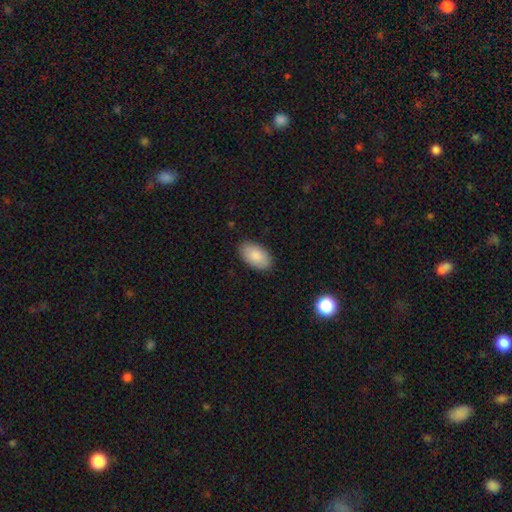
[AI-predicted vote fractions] A smooth galaxy with no disk features (87%) that is in between round and cigar-shaped (95%).

Vote fractions:
- Smooth or featured? smooth: 87% / featured or disk: 7% / star or artifact: 6%
- How rounded? in between: 95% / round: 3% / cigar-shaped: 2%
- Merging? none: 88% / minor disturbance: 9% / major disturbance: 2% / merger: 1%